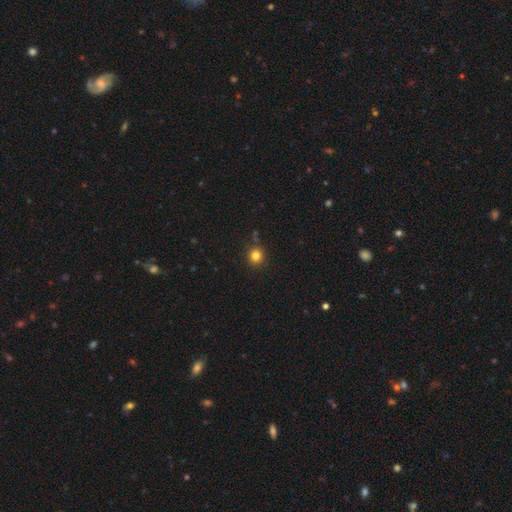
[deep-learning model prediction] Smooth or featured? smooth (82%)
How rounded? round (90%)
Merging? none (87%)